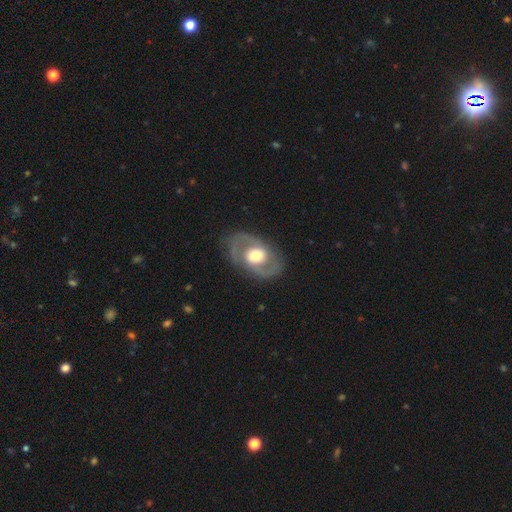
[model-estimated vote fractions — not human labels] Smooth or featured? Predicted: featured or disk (p=0.78). Edge-on disk? Predicted: no (p=0.96). Bar? Predicted: no (p=0.56). Spiral arms? Predicted: yes (p=0.79). Spiral winding? Predicted: medium (p=0.53). Spiral arm count? Predicted: 2 (p=0.90). Bulge size? Predicted: moderate (p=0.53). Merging? Predicted: none (p=0.80).